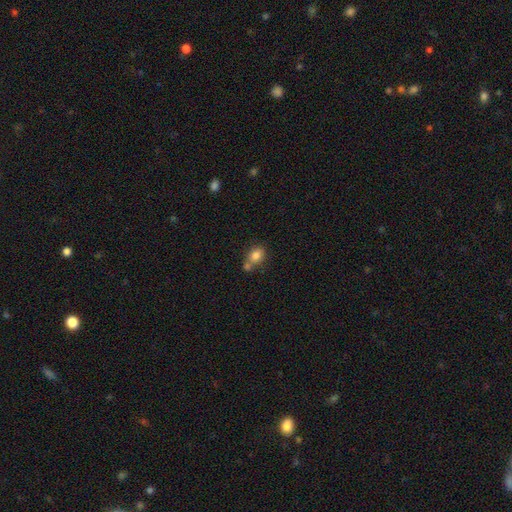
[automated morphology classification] Smooth or featured? smooth (80%)
How rounded? in between (50%)
Merging? none (46%)